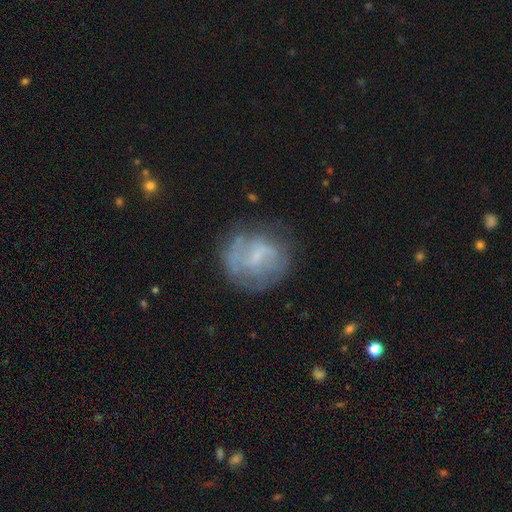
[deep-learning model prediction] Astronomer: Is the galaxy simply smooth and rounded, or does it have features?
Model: featured or disk — 61%.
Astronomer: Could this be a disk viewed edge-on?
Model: no — 97%.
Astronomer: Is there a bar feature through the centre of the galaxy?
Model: weak — 51% (runner-up: no, 34%).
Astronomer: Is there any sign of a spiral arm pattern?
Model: yes — 63%.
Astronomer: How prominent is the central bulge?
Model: small — 55%.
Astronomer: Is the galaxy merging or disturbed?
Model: none — 65%.